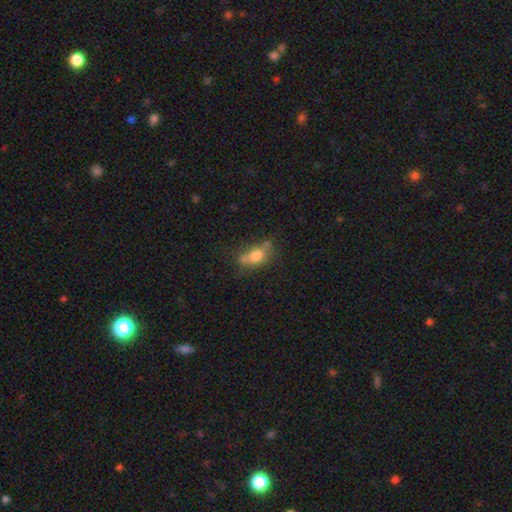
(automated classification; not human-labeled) A smooth galaxy with no disk features (70%) that is in between round and cigar-shaped (77%). Merging: none (47%).